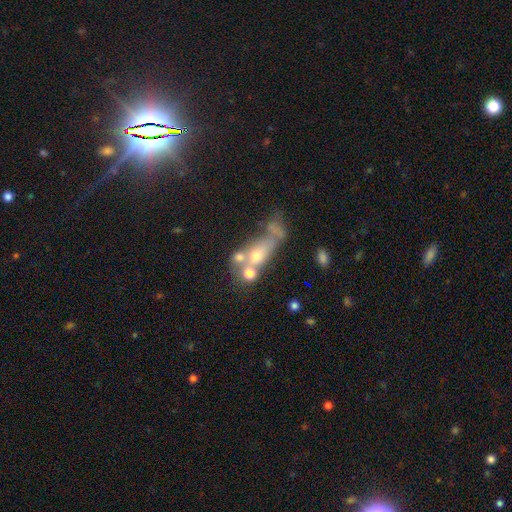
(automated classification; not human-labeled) Smooth or featured? smooth (47%)
Merging? merger (52%)